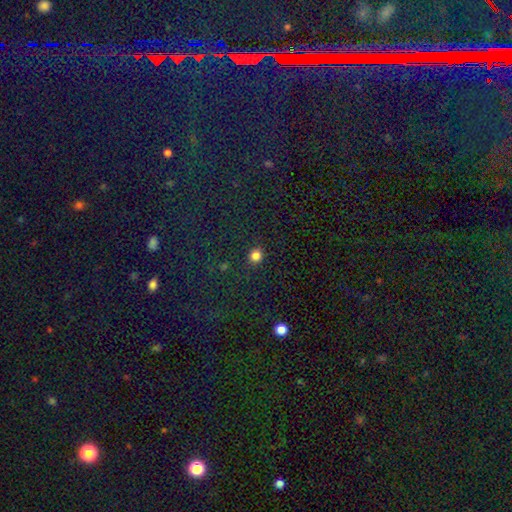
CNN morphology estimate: A smooth galaxy with no disk features (82%) that is round (88%). Merging: none (89%).